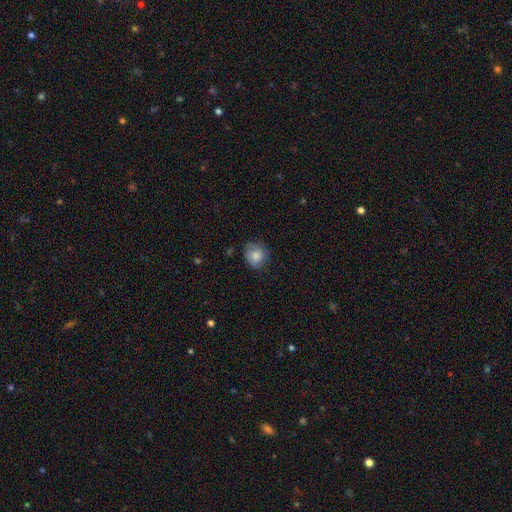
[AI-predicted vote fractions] smooth_or_featured: smooth (p=0.80) [alt: featured or disk p=0.12]
how_rounded: round (p=0.81) [alt: in between p=0.18]
merging: none (p=0.69) [alt: minor disturbance p=0.24]